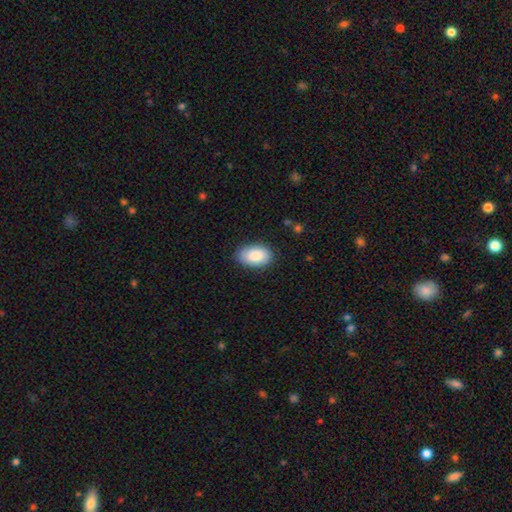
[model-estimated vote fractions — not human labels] This is clearly a smooth galaxy (84%). How rounded: clearly in between (92%). Merging: clearly none (82%).